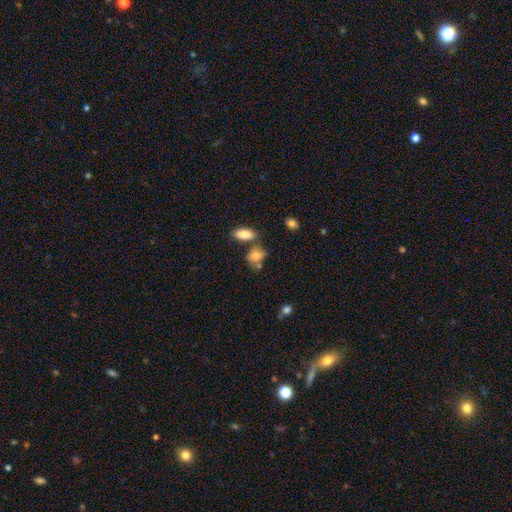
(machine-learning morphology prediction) Smooth or featured: smooth — 79% (featured or disk — 11%)
How rounded: in between — 73% (round — 23%)
Merging: none — 49% (merger — 25%)